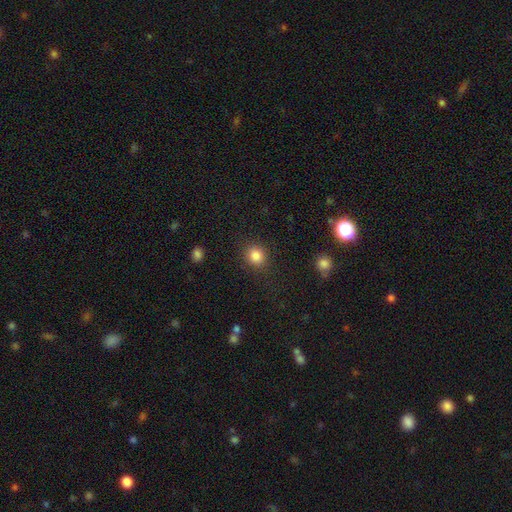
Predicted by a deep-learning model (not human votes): Smooth or featured? smooth (85%)
How rounded? round (79%)
Merging? none (87%)